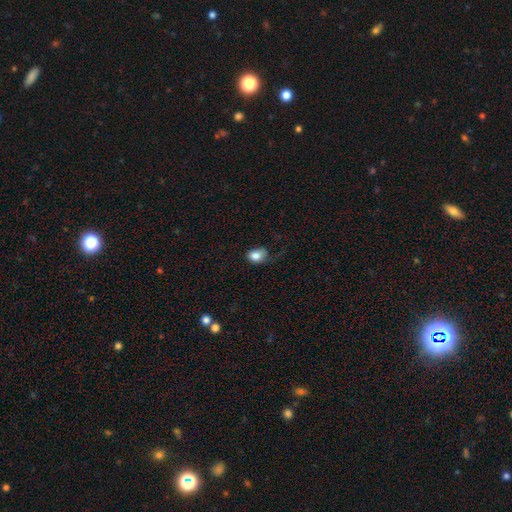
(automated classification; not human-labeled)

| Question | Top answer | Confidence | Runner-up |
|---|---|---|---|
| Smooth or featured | smooth | 83% | star or artifact (9%) |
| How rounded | in between | 60% | round (39%) |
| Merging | none | 49% | minor disturbance (34%) |